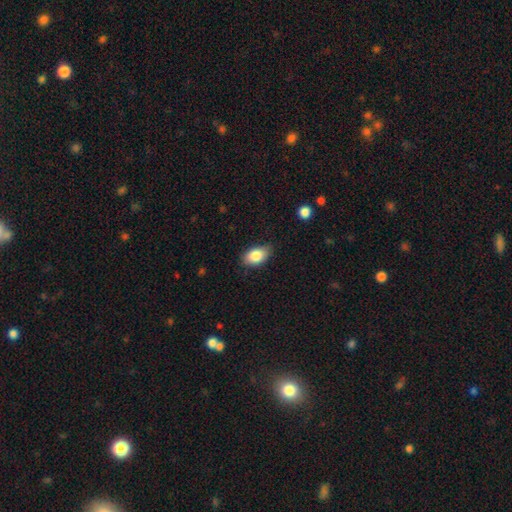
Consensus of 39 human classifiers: A smooth galaxy with no disk features (90%) that is in between round and cigar-shaped (89%).

Vote fractions:
- Smooth or featured? smooth: 90% / featured or disk: 5% / star or artifact: 5%
- How rounded? in between: 89% / round: 11% / cigar-shaped: 0%
- Merging? none: 78% / minor disturbance: 11% / major disturbance: 5% / merger: 5%